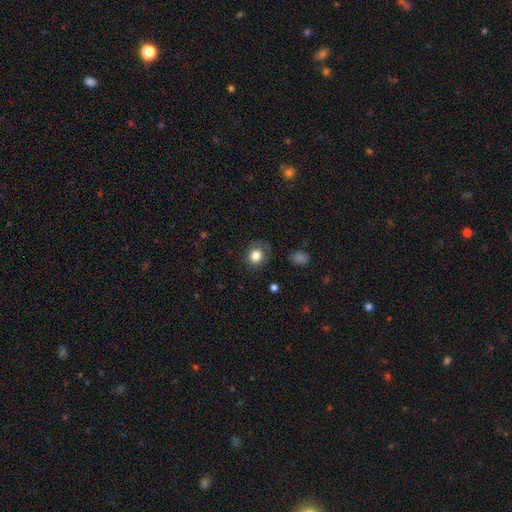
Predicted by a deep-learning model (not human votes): Overall: smooth (83%). How rounded: round (83%). Merging: none (75%).